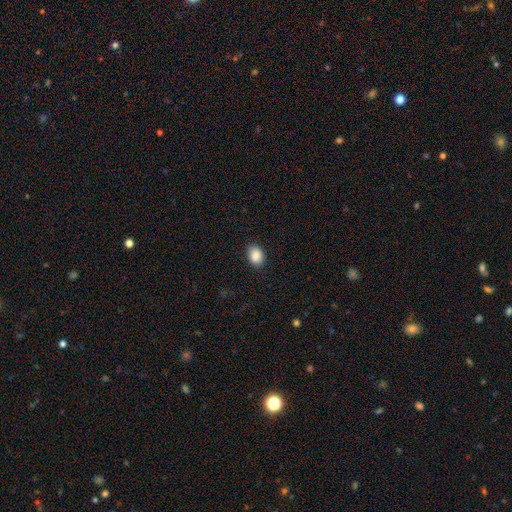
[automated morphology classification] Q: Smooth or featured?
A: smooth (89%); runner-up: star or artifact (8%)
Q: How rounded?
A: in between (74%); runner-up: round (25%)
Q: Merging?
A: none (87%); runner-up: minor disturbance (10%)